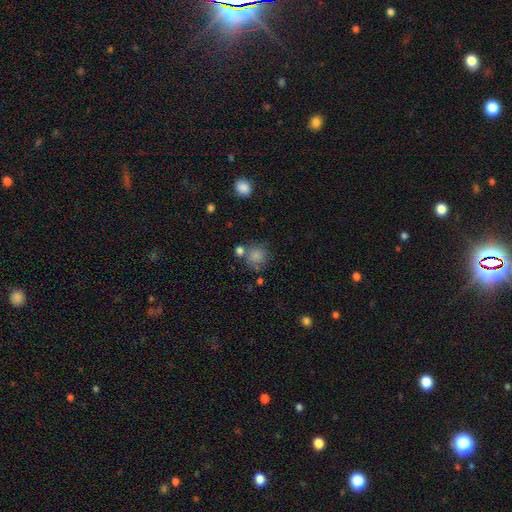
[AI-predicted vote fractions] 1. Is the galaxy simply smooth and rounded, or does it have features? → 82% smooth, 11% star or artifact, 8% featured or disk.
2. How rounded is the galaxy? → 88% round, 11% in between, 1% cigar-shaped.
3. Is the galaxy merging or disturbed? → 63% none, 17% merger, 14% minor disturbance, 6% major disturbance.